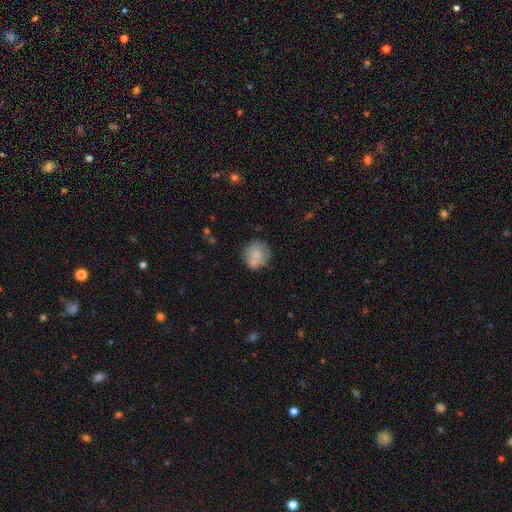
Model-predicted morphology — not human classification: This appears to be a smooth galaxy with no disk features (72%) that is round (85%). Merging: none (58%).